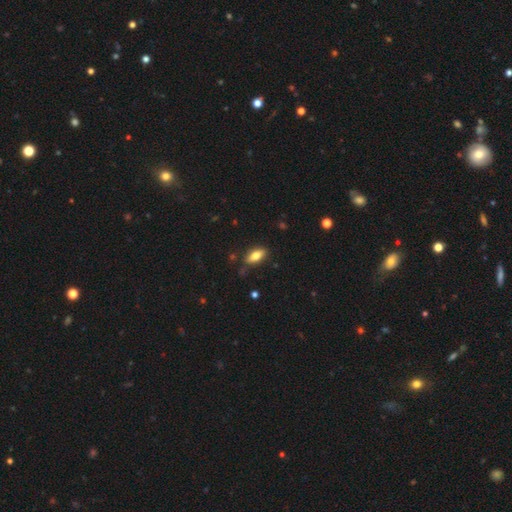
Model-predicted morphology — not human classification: smooth 79%, featured or disk 14%, star or artifact 7%. Down the decision tree: how rounded — in between (84%); merging — none (81%).